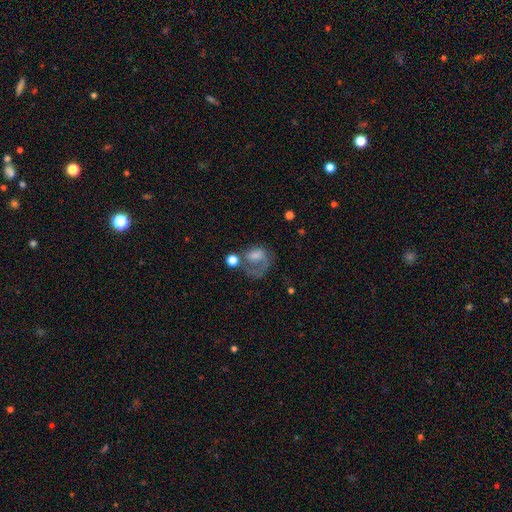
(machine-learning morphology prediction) This appears to be a featured or disk galaxy (45%). Merging: major disturbance (42%).